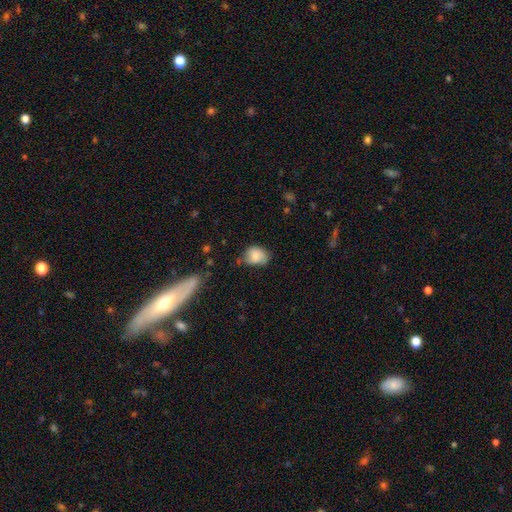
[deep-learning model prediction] Smooth or featured: smooth — 78% (featured or disk — 14%)
How rounded: in between — 60% (round — 39%)
Merging: none — 56% (minor disturbance — 34%)